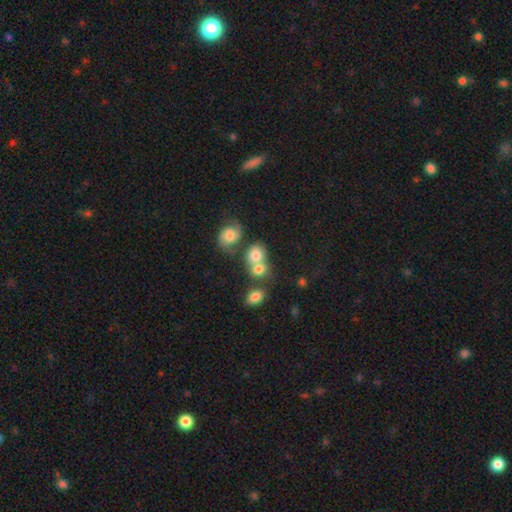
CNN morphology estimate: Smooth or featured? smooth (70%)
How rounded? round (63%)
Merging? merger (50%)